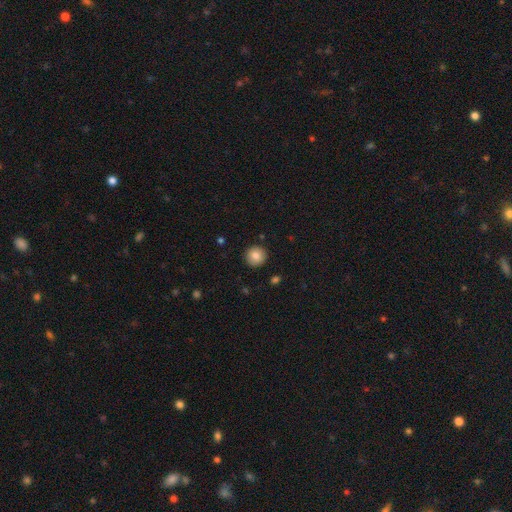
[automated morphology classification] Smooth or featured? Predicted: smooth (p=0.84). How rounded? Predicted: round (p=0.94). Merging? Predicted: none (p=0.92).